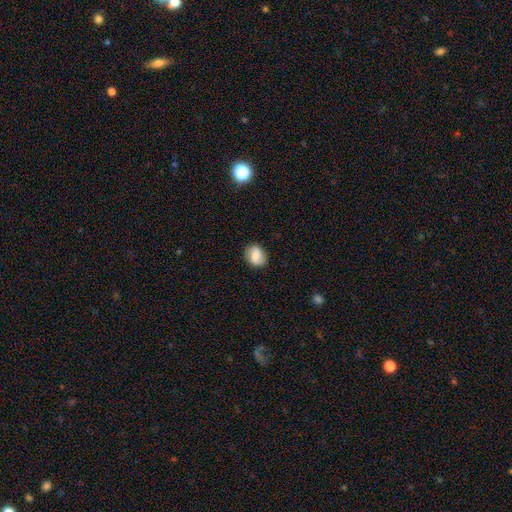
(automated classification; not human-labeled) This appears to be a smooth galaxy with no disk features (57%) that is round (54%). Merging: none (83%).